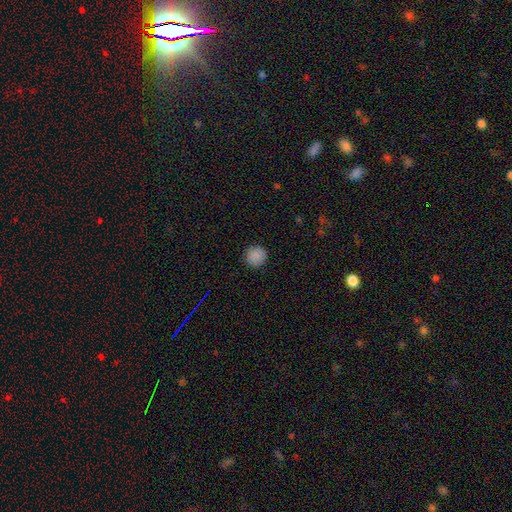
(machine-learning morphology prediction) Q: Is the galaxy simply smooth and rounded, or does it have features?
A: smooth — 88%.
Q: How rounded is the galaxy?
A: round — 95%.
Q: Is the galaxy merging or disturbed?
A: none — 91%.